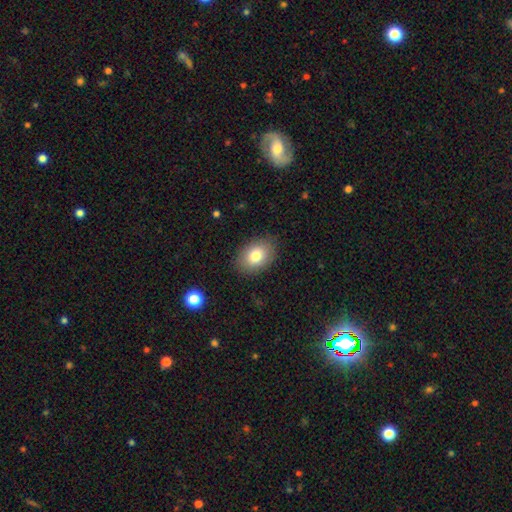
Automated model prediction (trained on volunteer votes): Q: Smooth or featured?
A: smooth (80%); runner-up: featured or disk (11%)
Q: How rounded?
A: in between (79%); runner-up: round (20%)
Q: Merging?
A: none (86%); runner-up: minor disturbance (11%)